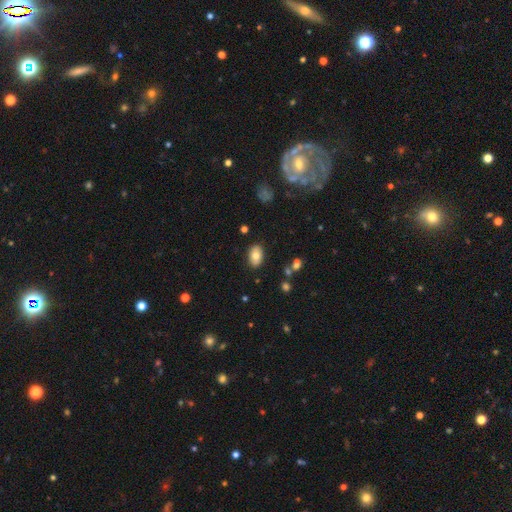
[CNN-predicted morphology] Q: Smooth or featured?
A: smooth (76%); runner-up: featured or disk (16%)
Q: How rounded?
A: in between (90%); runner-up: round (8%)
Q: Merging?
A: none (86%); runner-up: minor disturbance (10%)